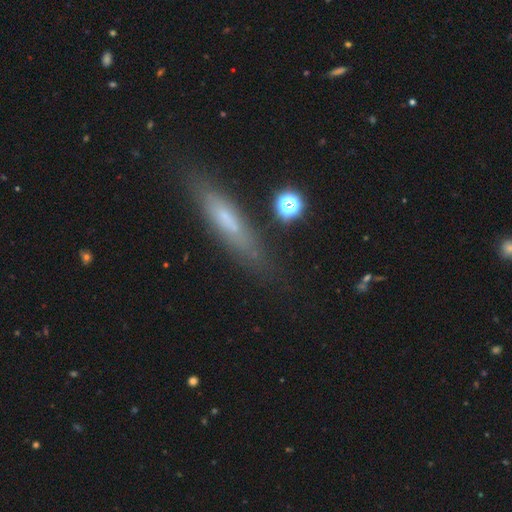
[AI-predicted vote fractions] Morphology: type=smooth (44%, tied with featured or disk); merging=none (81%).